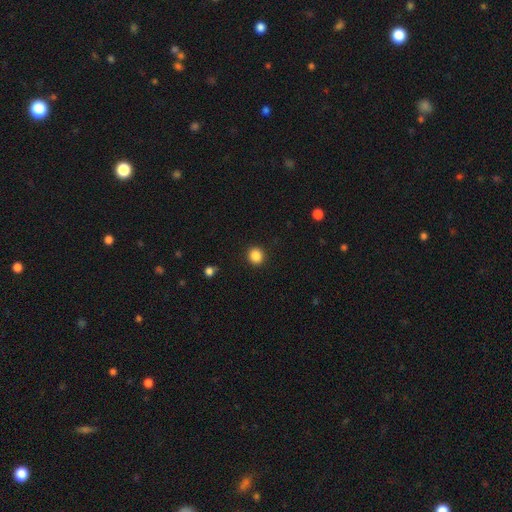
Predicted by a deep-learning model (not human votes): Smooth or featured?
  - smooth: 87% *
  - star or artifact: 10%
  - featured or disk: 3%
How rounded?
  - round: 88% *
  - in between: 11%
  - cigar-shaped: 1%
Merging?
  - none: 92% *
  - minor disturbance: 5%
  - major disturbance: 2%
  - merger: 1%